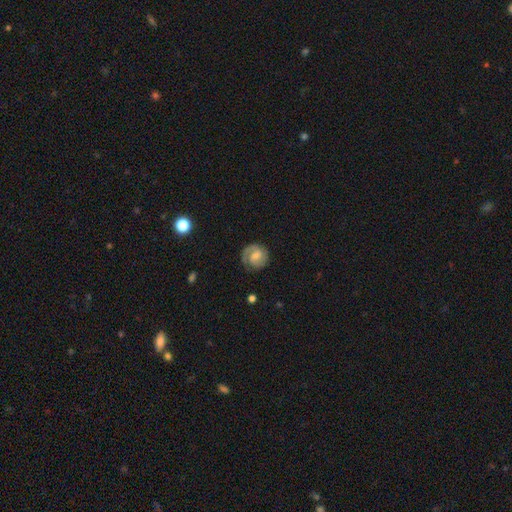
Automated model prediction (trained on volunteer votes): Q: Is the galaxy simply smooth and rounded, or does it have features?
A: featured or disk — 75%.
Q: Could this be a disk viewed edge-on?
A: no — 98%.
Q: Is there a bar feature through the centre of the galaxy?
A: weak — 53%.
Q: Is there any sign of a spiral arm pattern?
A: yes — 95%.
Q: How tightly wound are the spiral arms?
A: tight — 53%.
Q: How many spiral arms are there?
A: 2 — 73%.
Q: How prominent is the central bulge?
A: small — 40%.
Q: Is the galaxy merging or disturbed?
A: none — 77%.